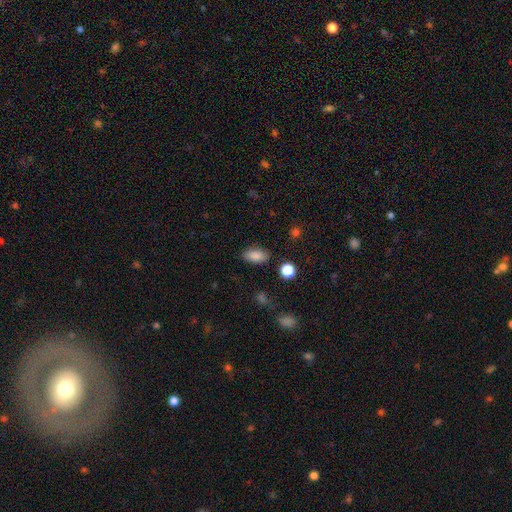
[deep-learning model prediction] Overall: smooth (86%). How rounded: in between (90%). Merging: none (85%).